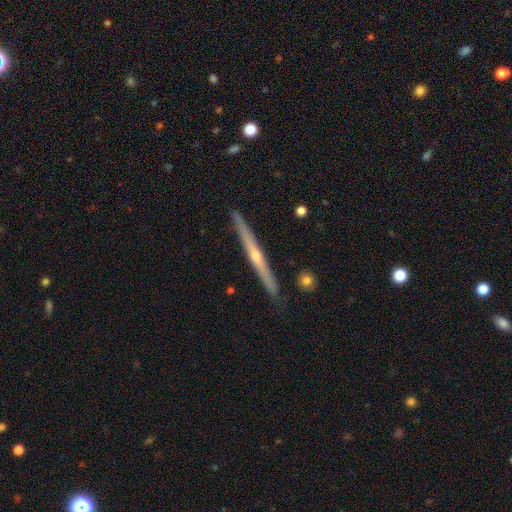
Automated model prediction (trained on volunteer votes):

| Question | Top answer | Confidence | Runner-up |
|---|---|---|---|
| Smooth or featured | featured or disk | 80% | smooth (15%) |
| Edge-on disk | yes | 98% | no (2%) |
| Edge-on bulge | rounded | 82% | none (15%) |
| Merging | none | 90% | minor disturbance (7%) |